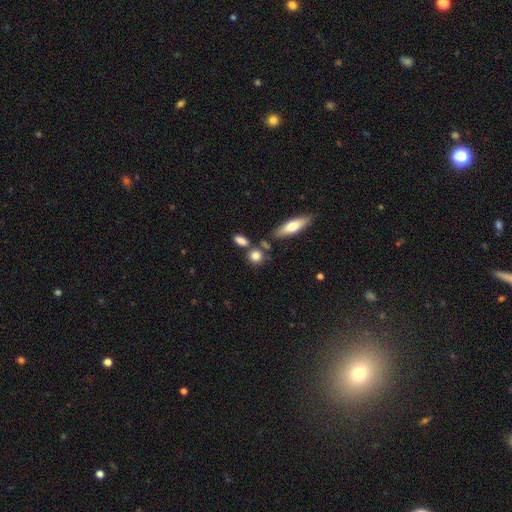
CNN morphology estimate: This appears to be a smooth galaxy with no disk features (81%) that is round (71%). Merging: none (68%).